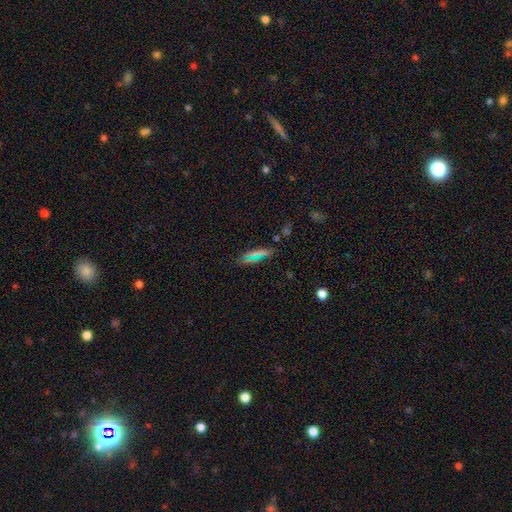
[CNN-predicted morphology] Smooth or featured? smooth (62%)
How rounded? cigar-shaped (50%)
Merging? none (80%)